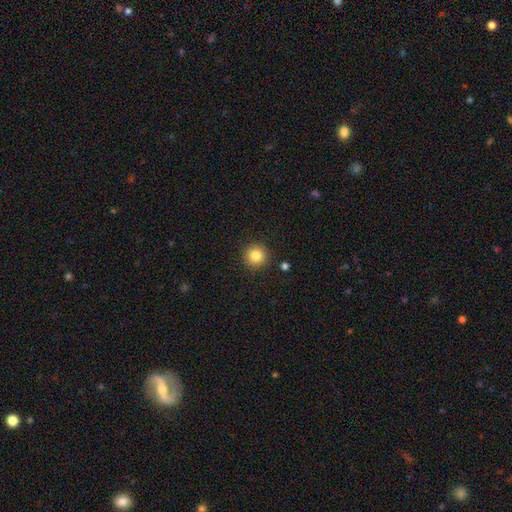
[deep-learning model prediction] smooth 84%, star or artifact 10%, featured or disk 6%. Down the decision tree: how rounded — round (95%); merging — none (90%).